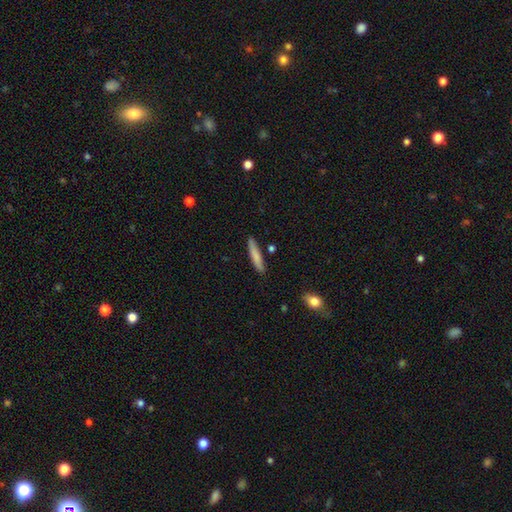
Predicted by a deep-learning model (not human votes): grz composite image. It shows a smooth galaxy with no disk features (77%) that is cigar-shaped (90%). Merging: none (85%).